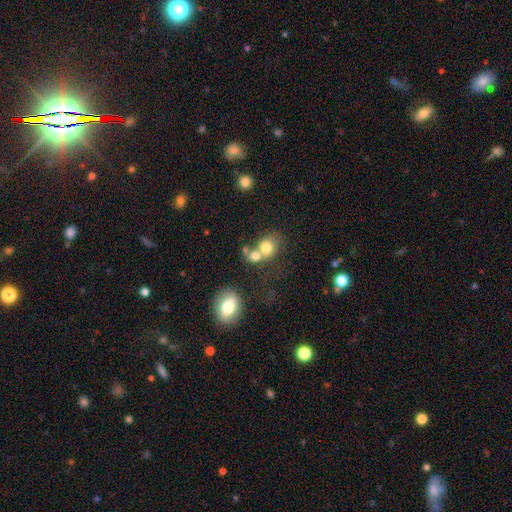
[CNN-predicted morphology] Smooth or featured? smooth (58%)
How rounded? in between (49%, tied with round)
Merging? none (59%)